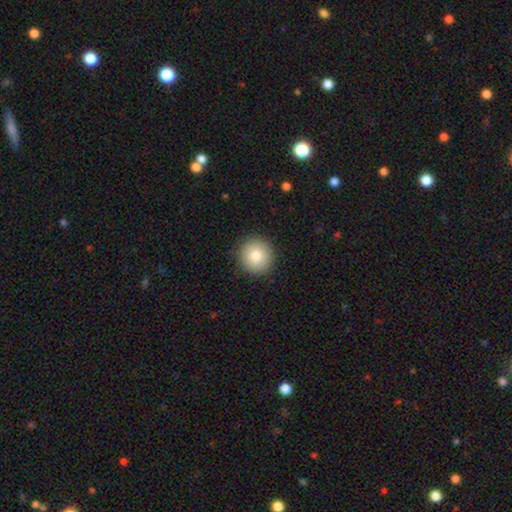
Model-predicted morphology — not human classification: smooth_or_featured: smooth (p=0.83) [alt: star or artifact p=0.09]
how_rounded: round (p=0.93) [alt: in between p=0.06]
merging: none (p=0.91) [alt: minor disturbance p=0.06]